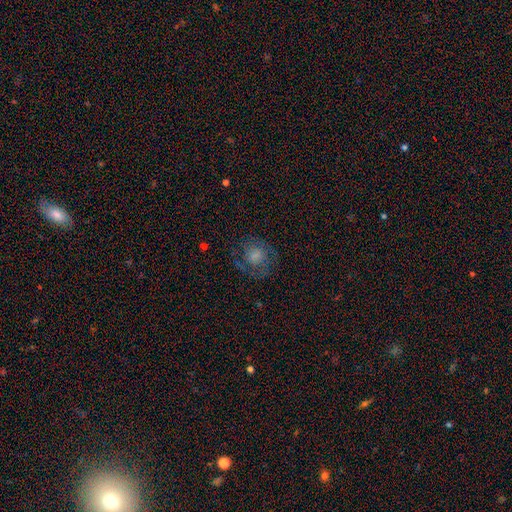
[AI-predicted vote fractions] Q: Smooth or featured?
A: smooth (54%); runner-up: featured or disk (36%)
Q: How rounded?
A: round (80%); runner-up: in between (19%)
Q: Merging?
A: none (66%); runner-up: minor disturbance (17%)